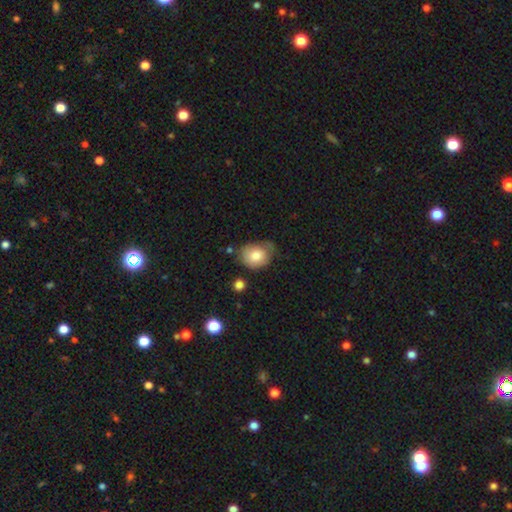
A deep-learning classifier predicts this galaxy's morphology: This appears to be a smooth galaxy with no disk features (79%) that is round (51%). Merging: none (47%).